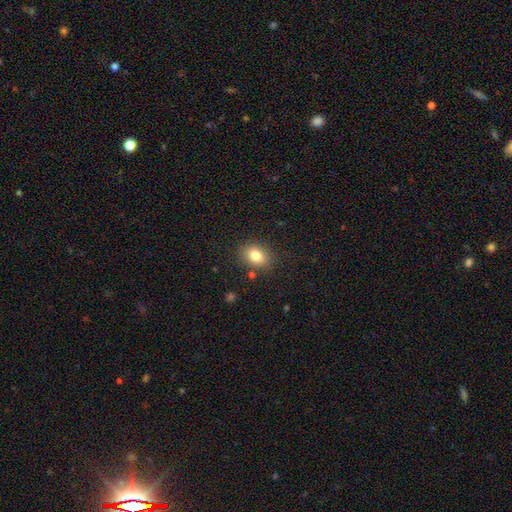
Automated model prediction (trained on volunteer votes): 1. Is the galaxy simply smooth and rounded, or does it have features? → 82% smooth, 10% star or artifact, 8% featured or disk.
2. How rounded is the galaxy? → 63% in between, 36% round, 1% cigar-shaped.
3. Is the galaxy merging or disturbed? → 83% none, 11% minor disturbance, 3% major disturbance, 3% merger.